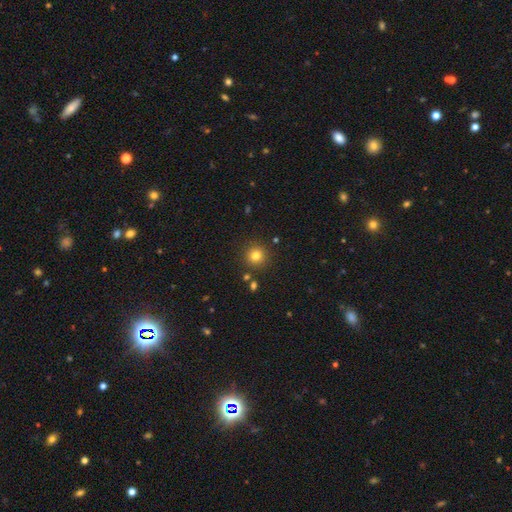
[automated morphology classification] smooth-or-featured: smooth: 80% | star or artifact: 13% | featured or disk: 6%
  how-rounded: round: 94% | in between: 5% | cigar-shaped: 1%
  merging: none: 88% | minor disturbance: 6% | merger: 3% | major disturbance: 2%